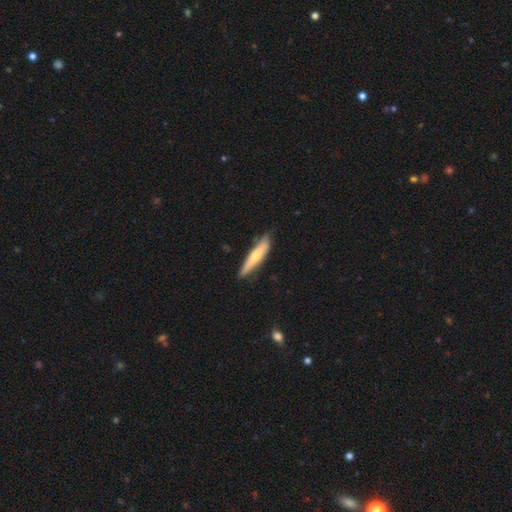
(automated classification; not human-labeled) smooth 58%, featured or disk 36%, star or artifact 5%. Down the decision tree: how rounded — cigar-shaped (83%); merging — none (76%).